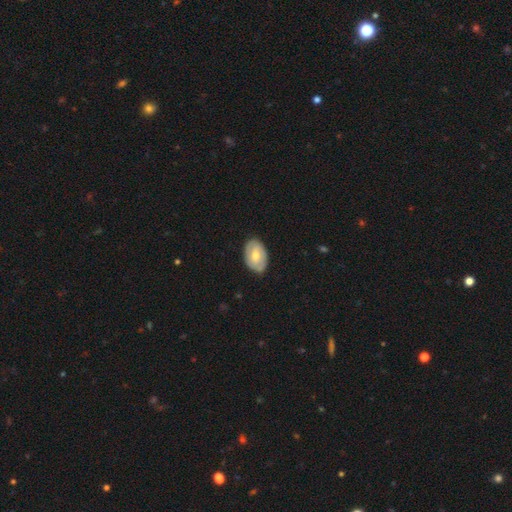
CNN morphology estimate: Q: Smooth or featured?
A: smooth (50%); runner-up: featured or disk (45%)
Q: Merging?
A: none (79%); runner-up: minor disturbance (17%)